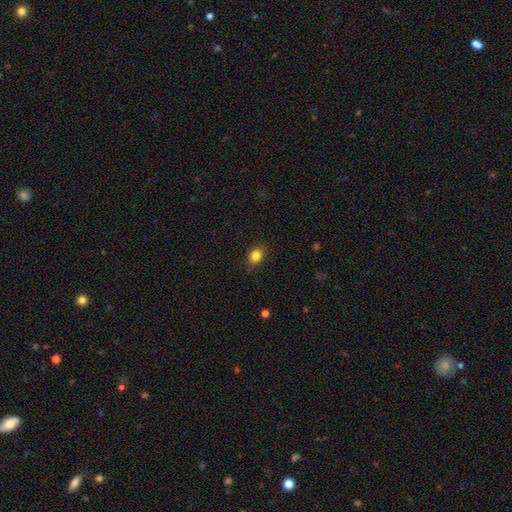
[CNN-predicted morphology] type=smooth (84%); roundness=in between (53%); merging=none (85%).